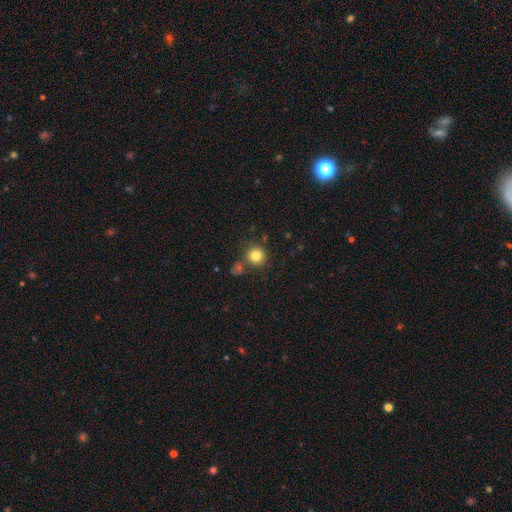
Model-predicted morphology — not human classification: A smooth galaxy with no disk features (81%) that is round (90%).

Vote fractions:
- Smooth or featured? smooth: 81% / star or artifact: 11% / featured or disk: 7%
- How rounded? round: 90% / in between: 9% / cigar-shaped: 1%
- Merging? none: 70% / merger: 15% / minor disturbance: 11% / major disturbance: 4%